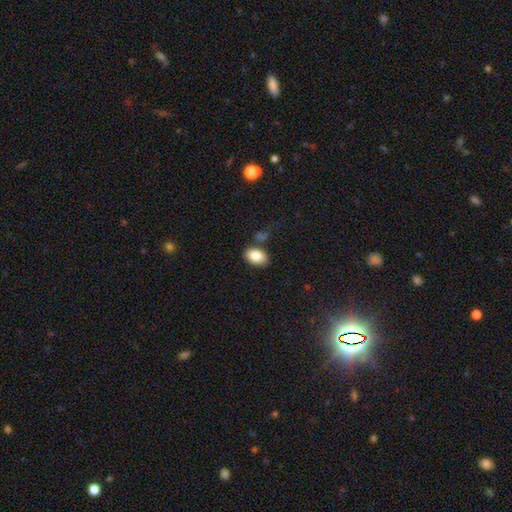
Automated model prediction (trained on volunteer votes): Smooth or featured? Predicted: smooth (p=0.83). How rounded? Predicted: in between (p=0.88). Merging? Predicted: none (p=0.76).